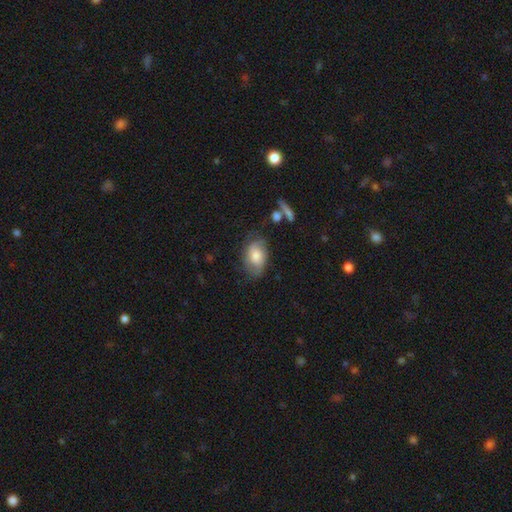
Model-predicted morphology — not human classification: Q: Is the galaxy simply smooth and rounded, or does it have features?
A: smooth — 68%.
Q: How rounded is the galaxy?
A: in between — 87%.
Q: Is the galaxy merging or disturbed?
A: none — 61%.